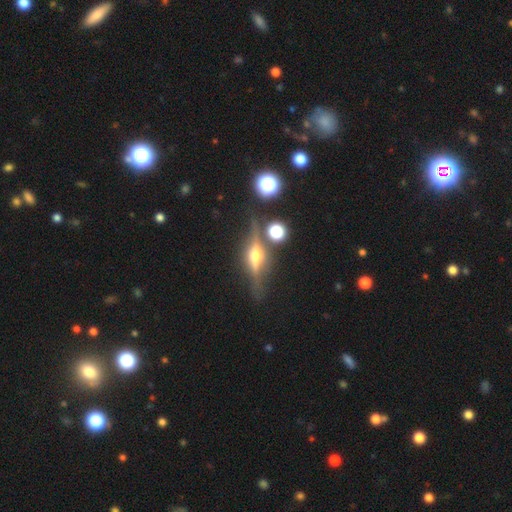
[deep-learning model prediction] featured or disk 76%, smooth 14%, star or artifact 10%. Down the decision tree: edge-on disk — yes (95%); edge-on bulge — rounded (88%); merging — none (80%).